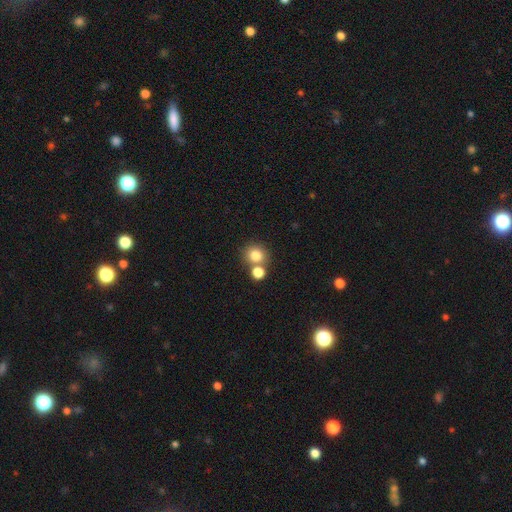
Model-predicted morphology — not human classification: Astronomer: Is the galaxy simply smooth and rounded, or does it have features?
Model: smooth — 80%.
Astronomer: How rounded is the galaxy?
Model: round — 85%.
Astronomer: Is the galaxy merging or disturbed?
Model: none — 61%.